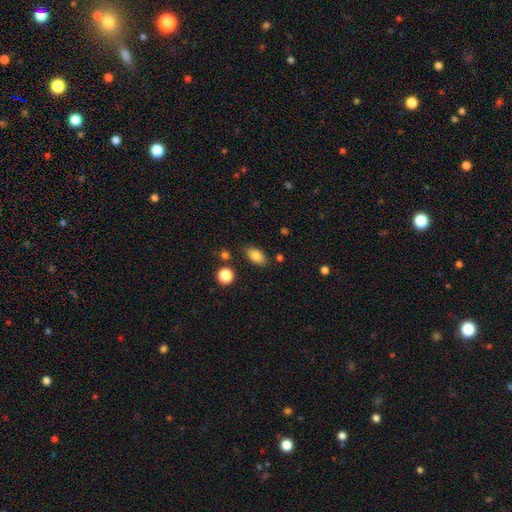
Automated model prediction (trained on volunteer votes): The model was most divided on "merging": none: 81%, minor disturbance: 12%, merger: 3%, major disturbance: 3%. More confident: how rounded — in between (89%); smooth or featured — smooth (83%).